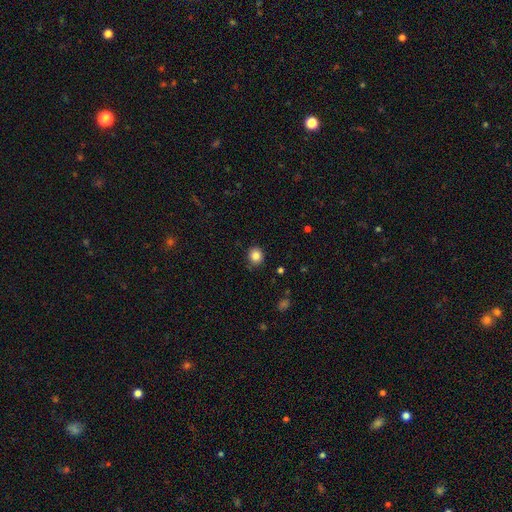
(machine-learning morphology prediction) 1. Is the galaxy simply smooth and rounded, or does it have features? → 84% smooth, 11% star or artifact, 5% featured or disk.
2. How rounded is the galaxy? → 82% round, 17% in between, 1% cigar-shaped.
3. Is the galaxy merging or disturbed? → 85% none, 11% minor disturbance, 2% major disturbance, 2% merger.